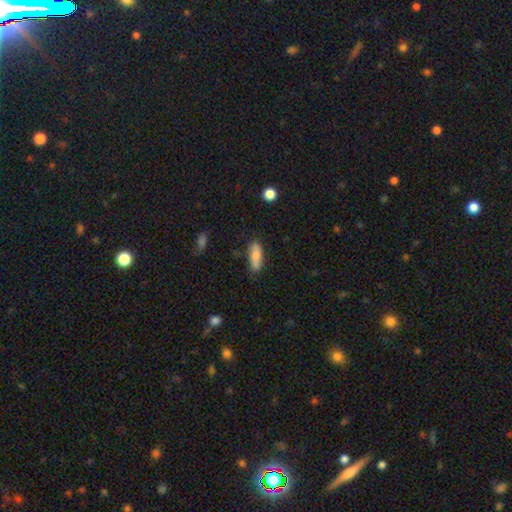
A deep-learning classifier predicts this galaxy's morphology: smooth-or-featured: smooth: 79% | featured or disk: 15% | star or artifact: 6%
  how-rounded: in between: 64% | cigar-shaped: 34% | round: 2%
  merging: none: 76% | minor disturbance: 18% | major disturbance: 3% | merger: 3%